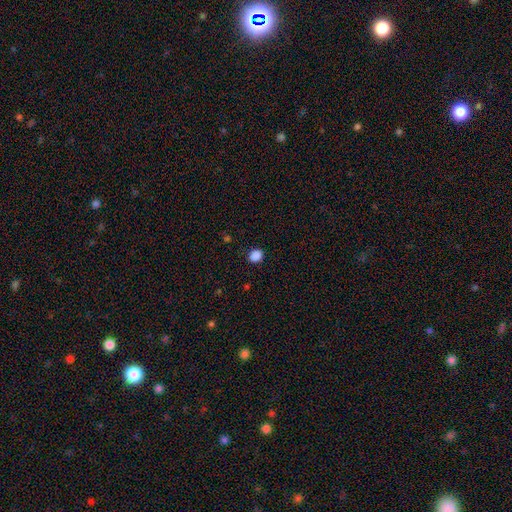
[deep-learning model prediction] Smooth or featured?
  - smooth: 87% *
  - star or artifact: 10%
  - featured or disk: 3%
How rounded?
  - round: 67% *
  - in between: 32%
  - cigar-shaped: 1%
Merging?
  - none: 90% *
  - minor disturbance: 7%
  - major disturbance: 2%
  - merger: 1%